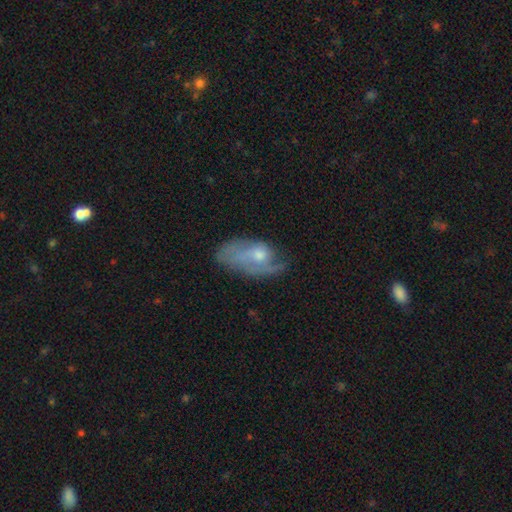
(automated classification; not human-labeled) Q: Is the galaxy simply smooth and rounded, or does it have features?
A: featured or disk — 62%.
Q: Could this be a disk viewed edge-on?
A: no — 93%.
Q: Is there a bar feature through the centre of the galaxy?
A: no — 73%.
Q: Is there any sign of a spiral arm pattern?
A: yes — 72%.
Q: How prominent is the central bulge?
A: moderate — 53%.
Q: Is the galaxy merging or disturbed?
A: none — 46%.